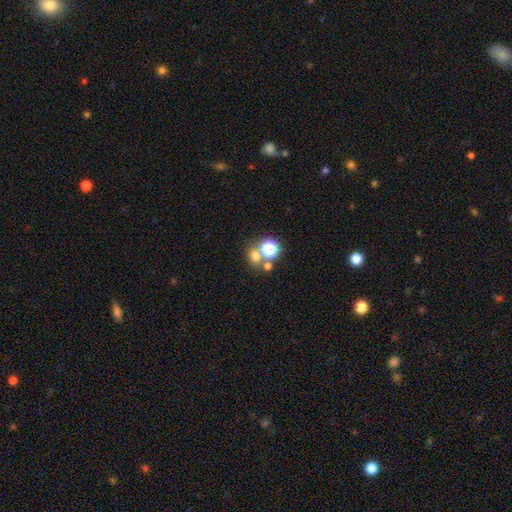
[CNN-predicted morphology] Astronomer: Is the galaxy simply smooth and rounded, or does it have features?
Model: smooth — 65%.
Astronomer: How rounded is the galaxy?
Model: round — 75%.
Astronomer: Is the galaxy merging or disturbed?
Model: none — 55% (runner-up: merger, 34%).